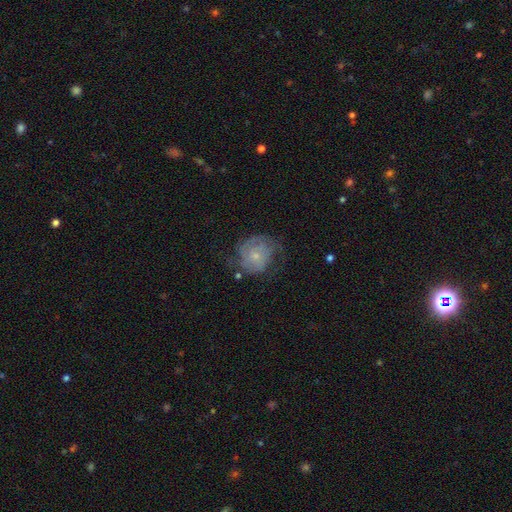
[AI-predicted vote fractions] smooth-or-featured: featured or disk: 59% | smooth: 33% | star or artifact: 8%
  disk-edge-on: no: 98% | yes: 2%
    bar: no: 81% | weak: 17% | strong: 3%
    has-spiral-arms: yes: 77% | no: 23%
    bulge-size: small: 69% | moderate: 24% | none: 4% | large: 2% | dominant: 1%
  merging: none: 48% | minor disturbance: 27% | major disturbance: 22% | merger: 3%